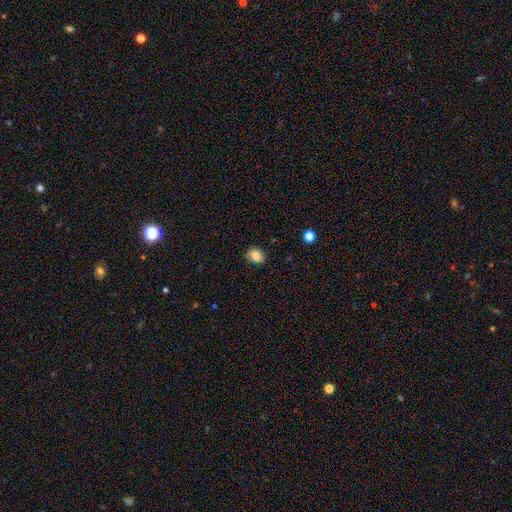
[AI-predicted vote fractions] This appears to be a smooth galaxy with no disk features (83%) that is in between round and cigar-shaped (54%). Merging: none (85%).